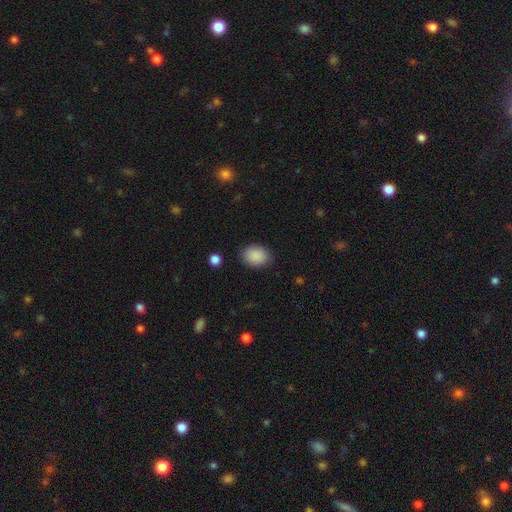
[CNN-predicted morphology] A smooth galaxy with no disk features (89%) that is in between round and cigar-shaped (66%). Merging: none (86%).